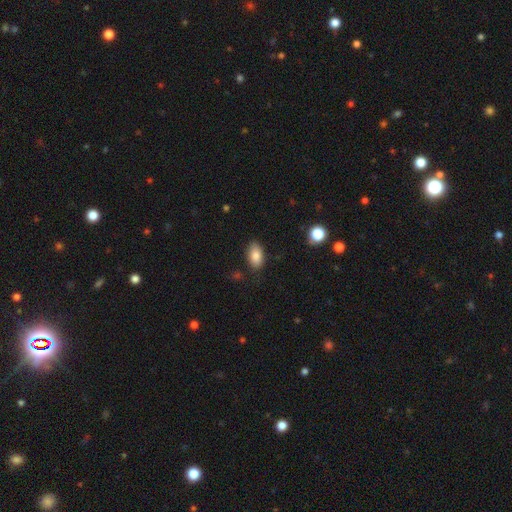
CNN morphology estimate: Q: Smooth or featured?
A: smooth (85%); runner-up: star or artifact (8%)
Q: How rounded?
A: in between (91%); runner-up: round (7%)
Q: Merging?
A: none (80%); runner-up: minor disturbance (15%)